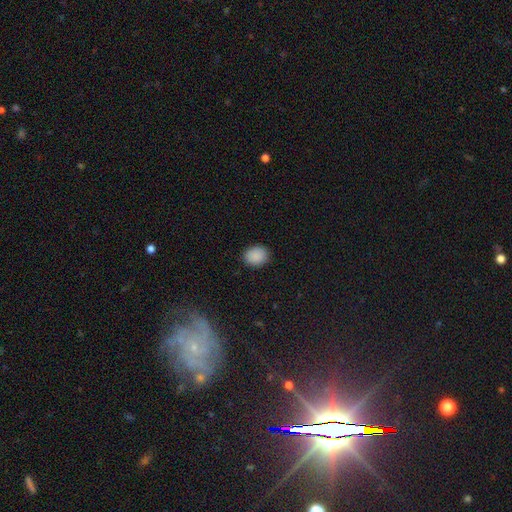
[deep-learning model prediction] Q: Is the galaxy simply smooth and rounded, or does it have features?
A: smooth — 89%.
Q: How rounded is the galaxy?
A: round — 53%.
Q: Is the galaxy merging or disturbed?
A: none — 89%.